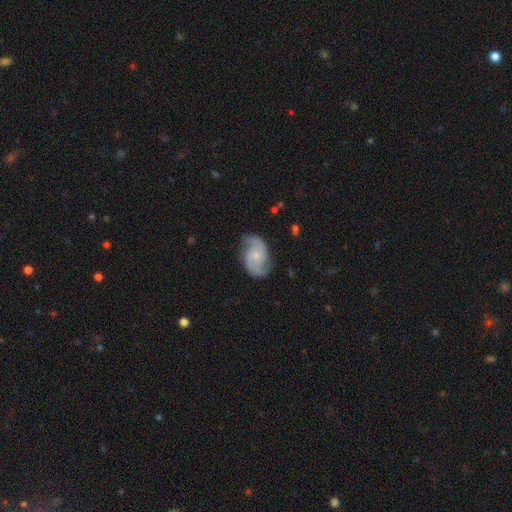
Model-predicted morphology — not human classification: This is clearly a featured or disk galaxy (82%). It is clearly not viewed edge-on (97%). Bar: likely no (67%). Spiral arm pattern: clearly yes (96%). Spiral arm count: clearly 2 (89%). Spiral winding: possibly medium (49%). Central bulge: likely small (67%). Merging: likely none (77%).